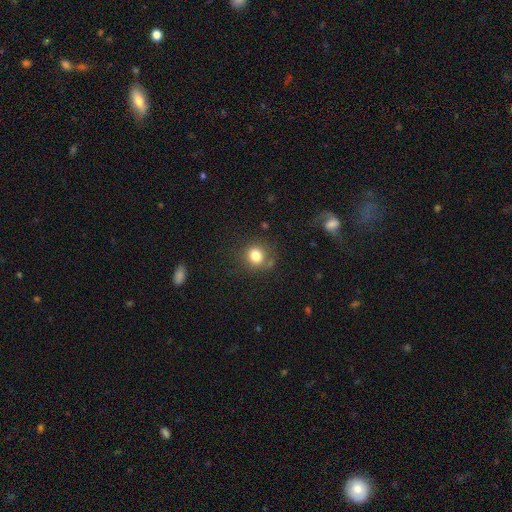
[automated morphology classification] Smooth or featured? smooth (81%)
How rounded? round (78%)
Merging? none (77%)